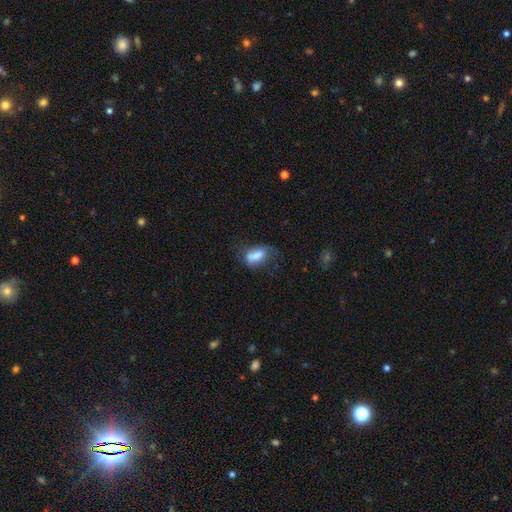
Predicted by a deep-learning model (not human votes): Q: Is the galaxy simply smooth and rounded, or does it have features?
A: smooth — 70%.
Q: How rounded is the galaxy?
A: in between — 84%.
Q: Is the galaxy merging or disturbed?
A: none — 37%.